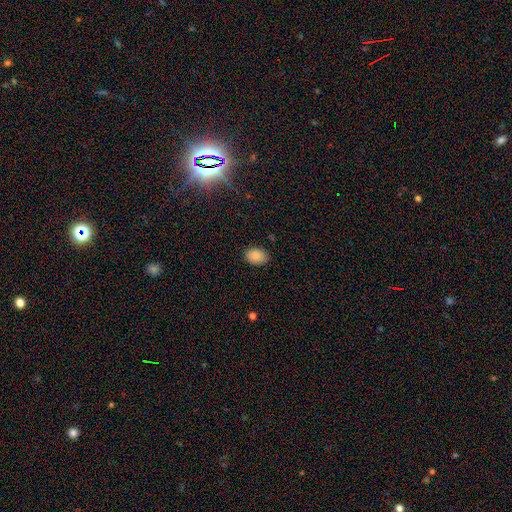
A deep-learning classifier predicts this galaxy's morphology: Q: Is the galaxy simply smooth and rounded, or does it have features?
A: smooth — 87%.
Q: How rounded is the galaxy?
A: in between — 83%.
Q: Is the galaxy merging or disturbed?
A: none — 86%.